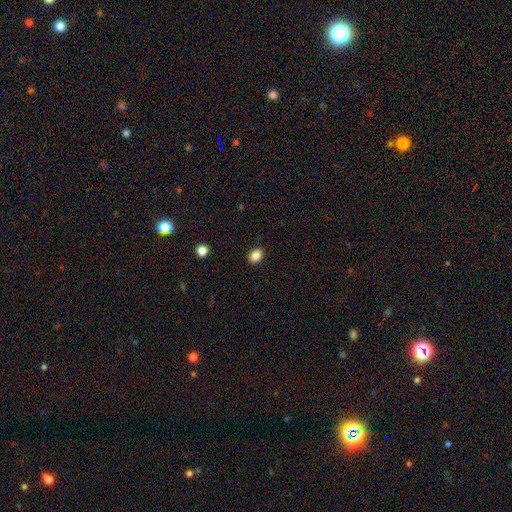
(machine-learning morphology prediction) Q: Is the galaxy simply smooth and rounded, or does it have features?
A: smooth — 86%.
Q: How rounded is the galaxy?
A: in between — 66%.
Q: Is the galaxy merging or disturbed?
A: none — 90%.